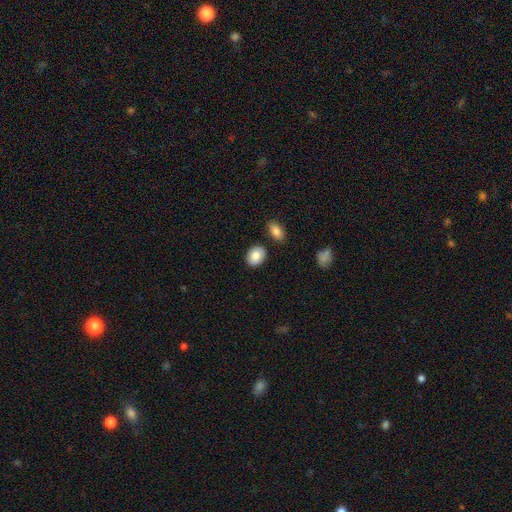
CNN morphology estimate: This is clearly a smooth galaxy (82%). How rounded: likely in between (62%). Merging: clearly none (84%).